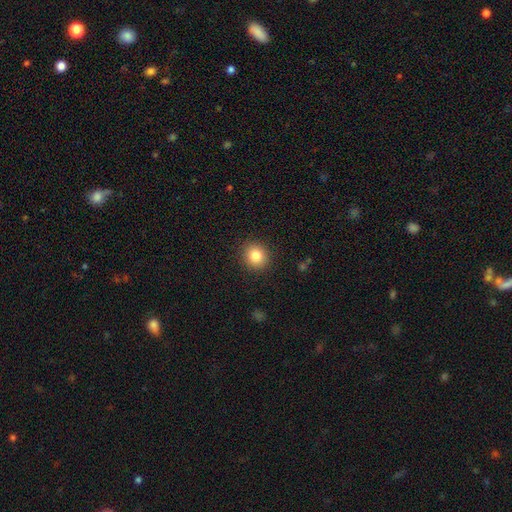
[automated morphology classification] smooth_or_featured: smooth (p=0.83) [alt: star or artifact p=0.10]
how_rounded: round (p=0.87) [alt: in between p=0.12]
merging: none (p=0.90) [alt: minor disturbance p=0.06]